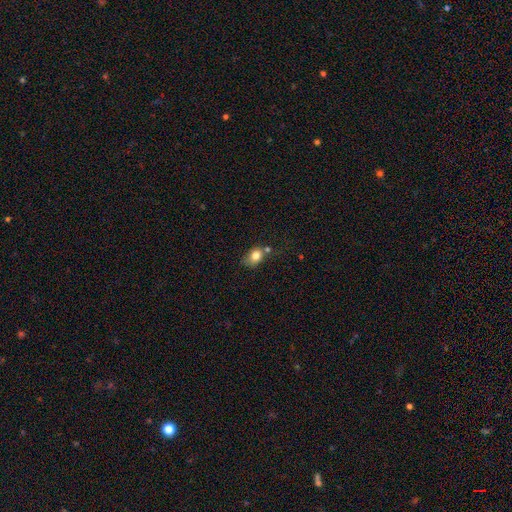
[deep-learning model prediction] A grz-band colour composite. It shows a smooth galaxy with no disk features (79%) that is in between round and cigar-shaped (58%). Merging: none (46%).